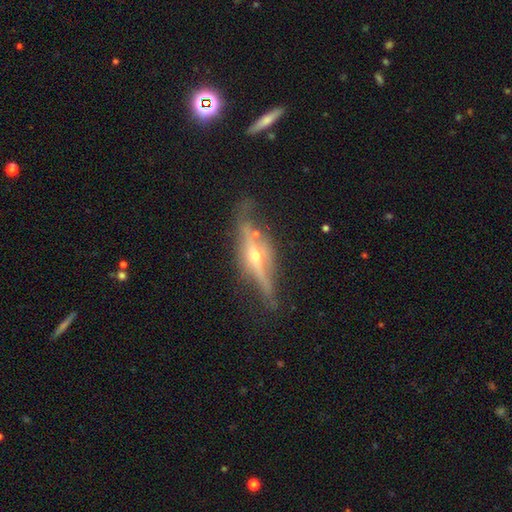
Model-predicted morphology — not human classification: type=featured or disk (82%); edge-on=yes (90%); edge-on bulge=rounded (92%); merging=none (71%).